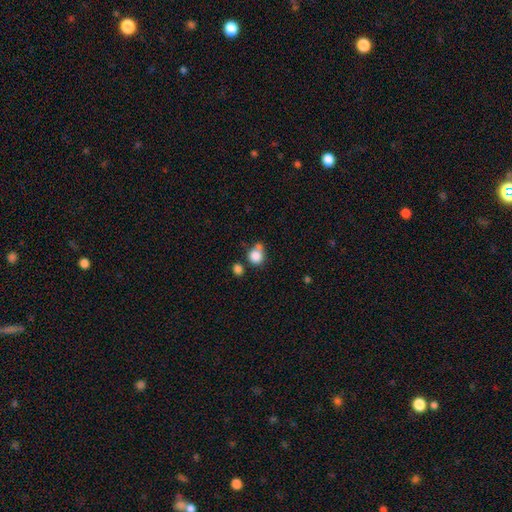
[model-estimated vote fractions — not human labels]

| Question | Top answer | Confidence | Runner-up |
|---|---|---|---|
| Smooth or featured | smooth | 84% | star or artifact (10%) |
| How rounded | round | 83% | in between (16%) |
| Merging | none | 54% | merger (26%) |